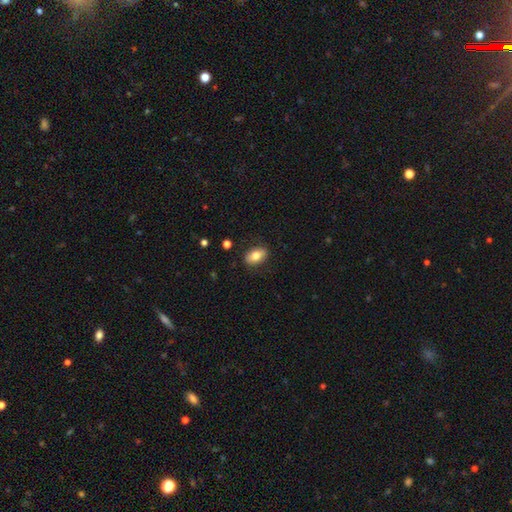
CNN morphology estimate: smooth-or-featured: smooth: 79% | featured or disk: 14% | star or artifact: 7%
  how-rounded: in between: 88% | round: 9% | cigar-shaped: 3%
  merging: none: 85% | minor disturbance: 11% | major disturbance: 3% | merger: 1%